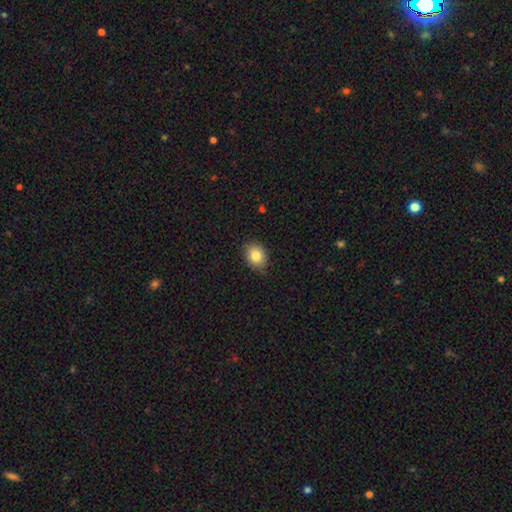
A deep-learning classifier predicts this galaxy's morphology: smooth 83%, star or artifact 9%, featured or disk 8%. Down the decision tree: how rounded — round (51%); merging — none (80%).